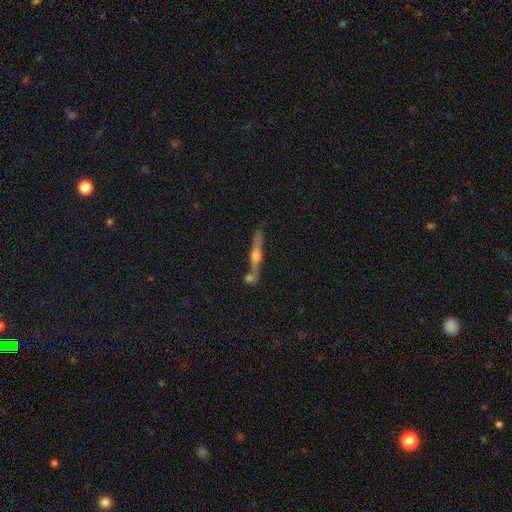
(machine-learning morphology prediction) type=featured or disk (73%); edge-on=yes (95%); edge-on bulge=rounded (85%); merging=none (69%).